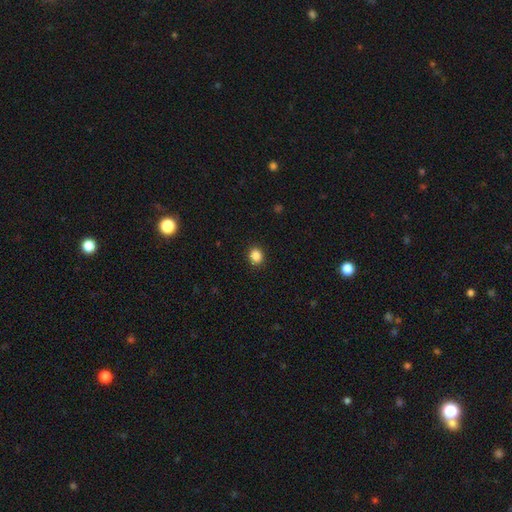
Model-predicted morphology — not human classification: type=smooth (86%); roundness=round (78%); merging=none (91%).